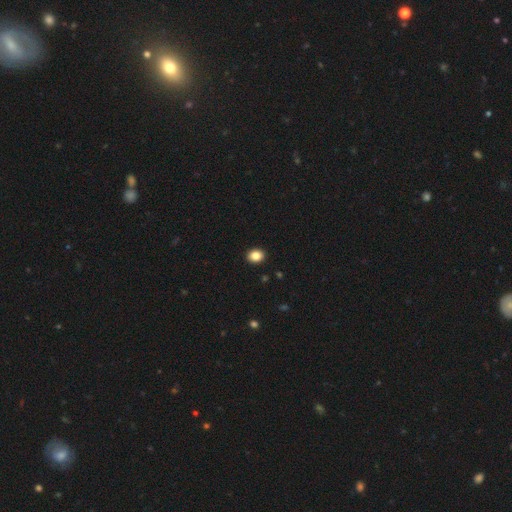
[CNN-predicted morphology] Smooth or featured?
  - smooth: 86% *
  - star or artifact: 9%
  - featured or disk: 5%
How rounded?
  - round: 50% * (tied)
  - in between: 50% * (tied)
  - cigar-shaped: 1%
Merging?
  - none: 92% *
  - minor disturbance: 6%
  - major disturbance: 2%
  - merger: 1%